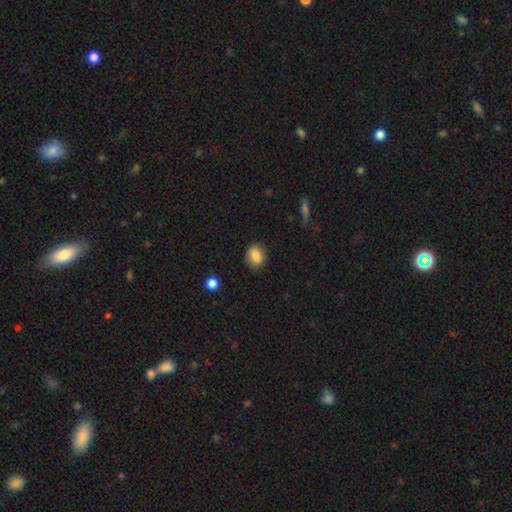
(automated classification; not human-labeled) A smooth galaxy with no disk features (84%) that is round (52%). Merging: none (84%).